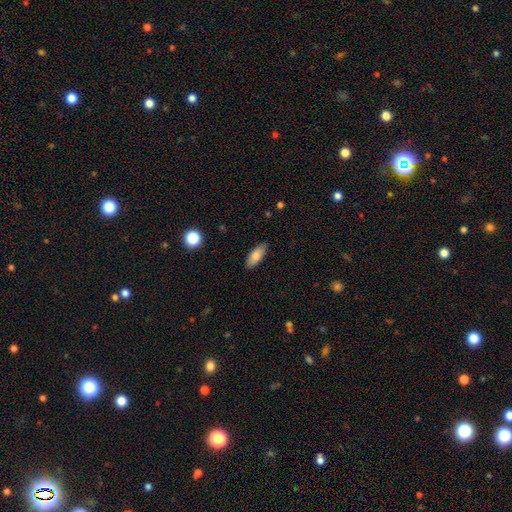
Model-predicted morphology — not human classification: A smooth galaxy with no disk features (83%) that is in between round and cigar-shaped (79%). Merging: none (87%).